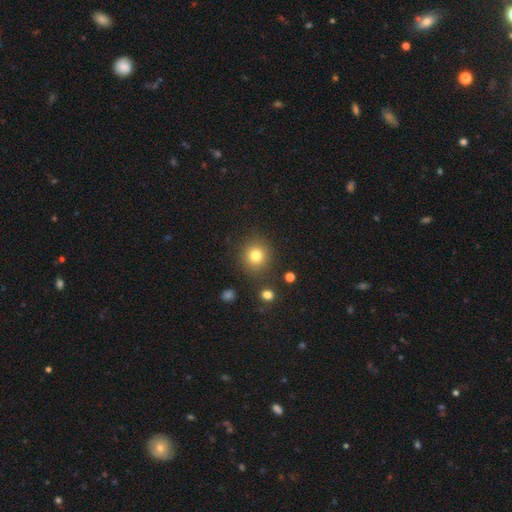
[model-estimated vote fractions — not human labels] smooth 80%, star or artifact 12%, featured or disk 8%. Down the decision tree: how rounded — round (87%); merging — none (85%).